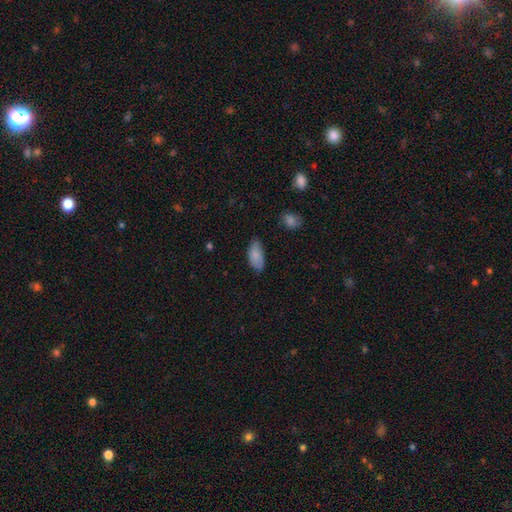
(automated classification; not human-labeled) Smooth or featured?
  - smooth: 86% *
  - featured or disk: 7%
  - star or artifact: 7%
How rounded?
  - in between: 91% *
  - cigar-shaped: 7%
  - round: 2%
Merging?
  - none: 72% *
  - minor disturbance: 22%
  - major disturbance: 4%
  - merger: 2%